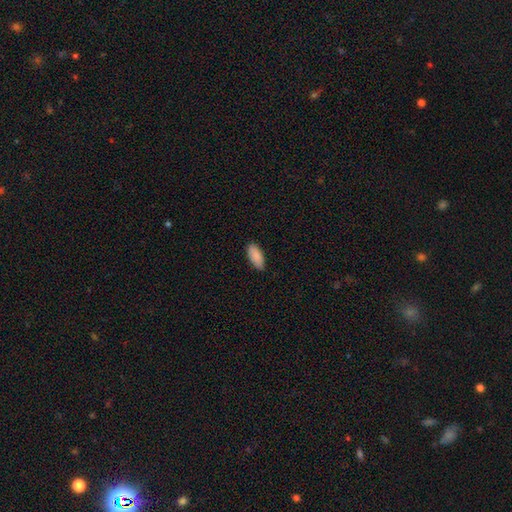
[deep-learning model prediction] A smooth galaxy with no disk features (89%) that is in between round and cigar-shaped (87%). Merging: none (87%).